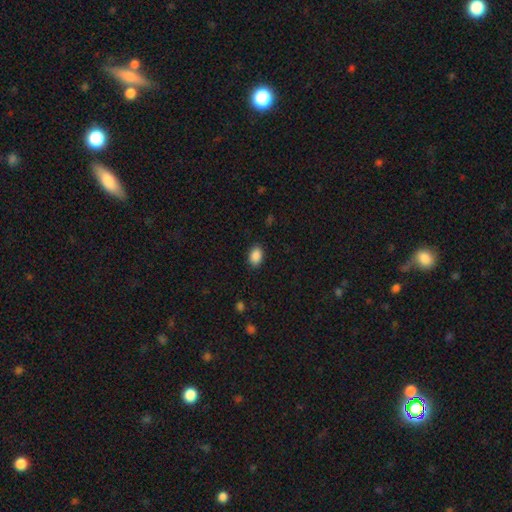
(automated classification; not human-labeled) Overall: smooth (89%). How rounded: in between (82%). Merging: none (87%).